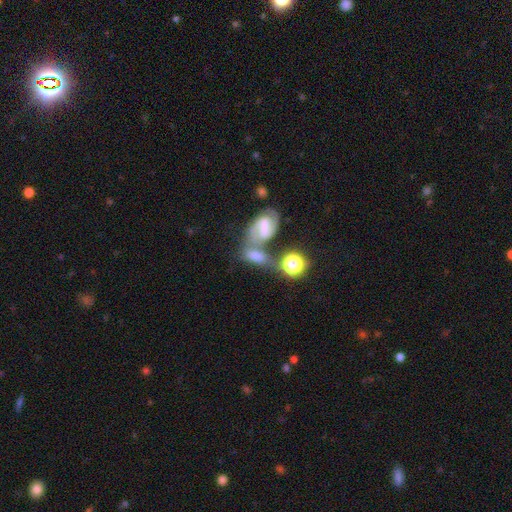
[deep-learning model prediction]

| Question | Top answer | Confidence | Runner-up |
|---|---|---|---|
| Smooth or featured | featured or disk | 45% | smooth (43%) |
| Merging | merger | 55% | none (27%) |